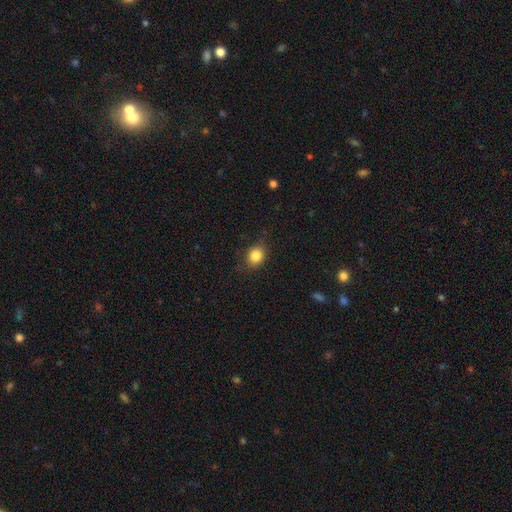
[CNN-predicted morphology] The model was most divided on "how rounded": round: 67%, in between: 32%, cigar-shaped: 1%. More confident: smooth or featured — smooth (85%); merging — none (80%).